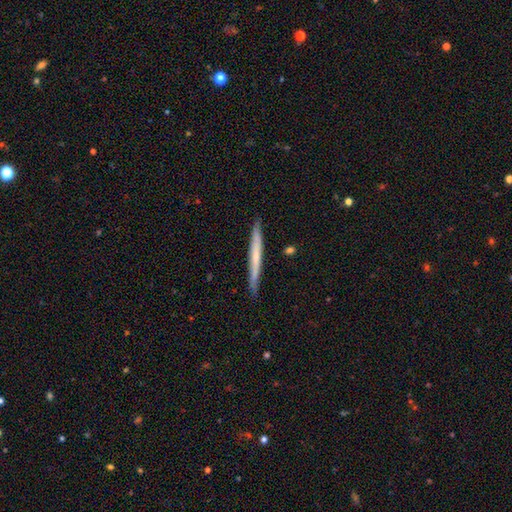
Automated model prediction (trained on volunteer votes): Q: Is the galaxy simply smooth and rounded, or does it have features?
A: smooth — 49%.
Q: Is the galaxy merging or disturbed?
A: none — 89%.